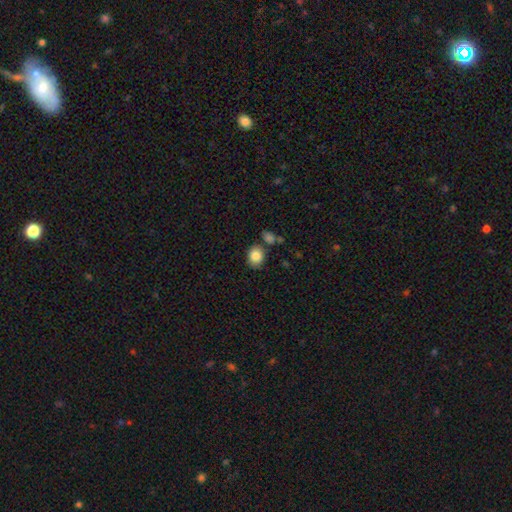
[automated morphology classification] This is clearly a smooth galaxy (86%). How rounded: possibly round (51%). Merging: likely none (77%).